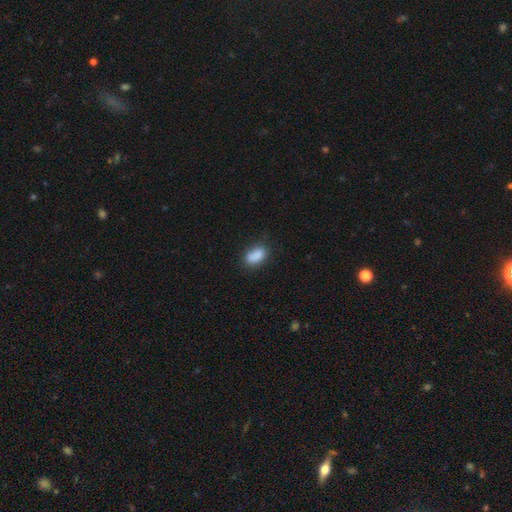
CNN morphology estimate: type=smooth (85%); roundness=in between (88%); merging=none (67%).